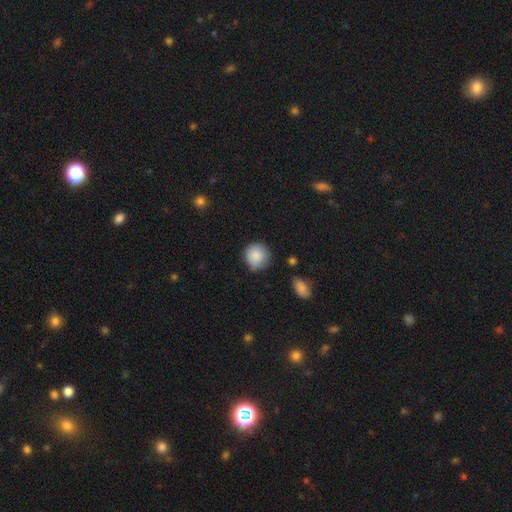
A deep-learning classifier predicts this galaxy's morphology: This appears to be a smooth galaxy with no disk features (88%) that is round (92%). Merging: none (78%).